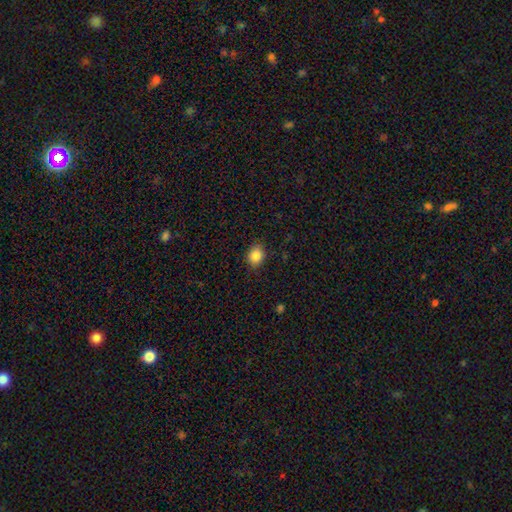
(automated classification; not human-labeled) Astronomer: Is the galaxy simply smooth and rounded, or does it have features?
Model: smooth — 86%.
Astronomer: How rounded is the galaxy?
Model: round — 51% (runner-up: in between, 48%).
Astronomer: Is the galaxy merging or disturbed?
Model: none — 85%.